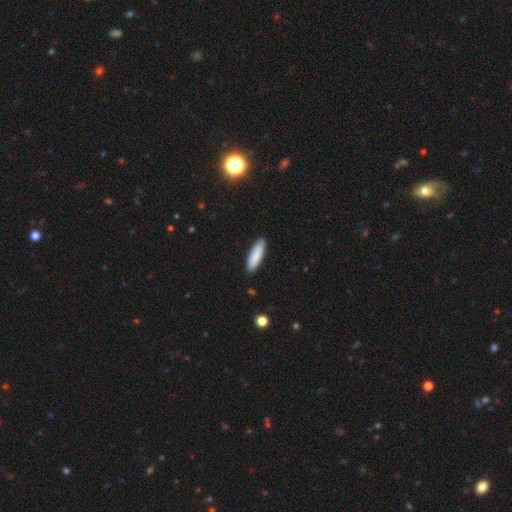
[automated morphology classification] Overall: smooth (86%). How rounded: cigar-shaped (56%; in between 42%). Merging: none (88%).